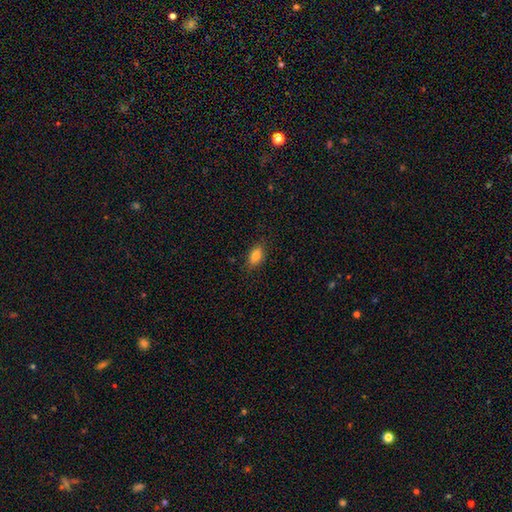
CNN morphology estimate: Q: Smooth or featured?
A: smooth (82%); runner-up: featured or disk (9%)
Q: How rounded?
A: in between (87%); runner-up: cigar-shaped (7%)
Q: Merging?
A: none (85%); runner-up: minor disturbance (11%)